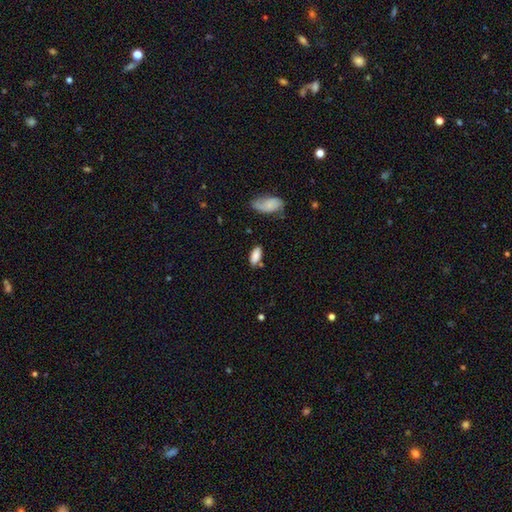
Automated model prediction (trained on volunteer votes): Smooth or featured? Predicted: smooth (p=0.83). How rounded? Predicted: in between (p=0.85). Merging? Predicted: none (p=0.72).